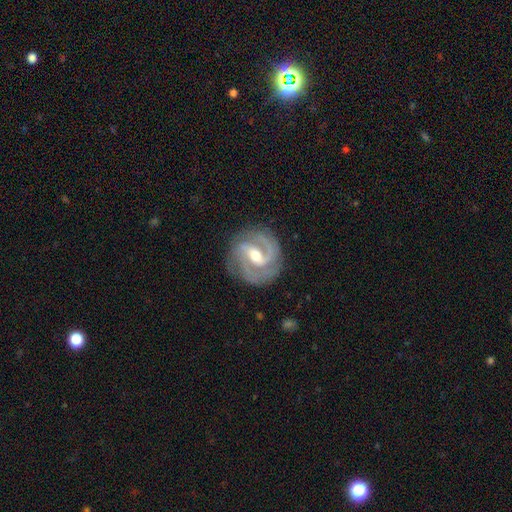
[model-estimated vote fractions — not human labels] smooth_or_featured: featured or disk (p=0.91) [alt: smooth p=0.05]
disk_edge_on: no (p=0.98) [alt: yes p=0.02]
bar: weak (p=0.49) [alt: strong p=0.34]
has_spiral_arms: yes (p=0.98) [alt: no p=0.02]
spiral_winding: medium (p=0.48) [alt: tight p=0.43]
spiral_arm_count: 2 (p=0.60) [alt: 3 p=0.26]
bulge_size: moderate (p=0.67) [alt: small p=0.27]
merging: none (p=0.82) [alt: minor disturbance p=0.13]